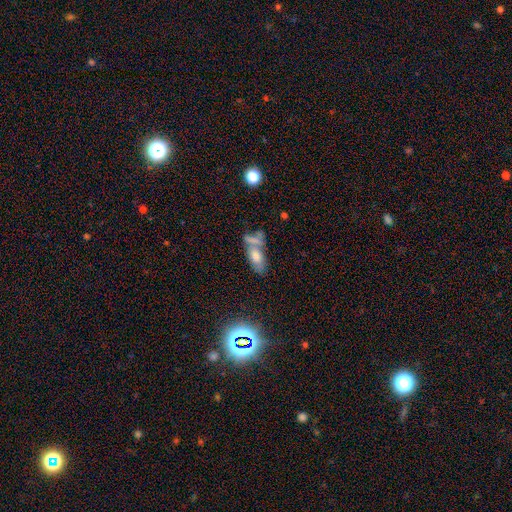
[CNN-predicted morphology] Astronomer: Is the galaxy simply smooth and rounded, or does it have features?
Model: smooth — 57%.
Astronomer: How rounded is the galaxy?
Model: in between — 78%.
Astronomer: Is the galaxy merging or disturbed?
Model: merger — 41% (runner-up: none, 33%).